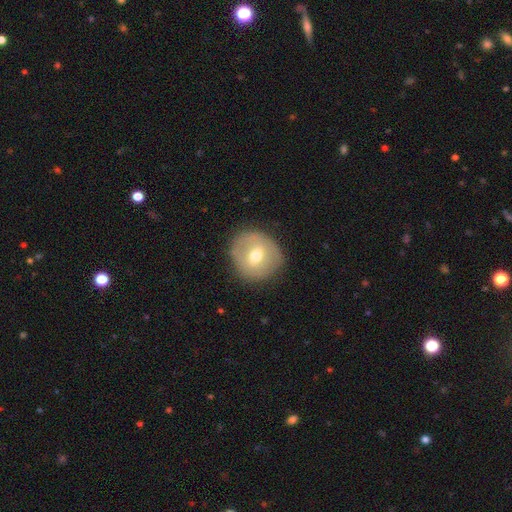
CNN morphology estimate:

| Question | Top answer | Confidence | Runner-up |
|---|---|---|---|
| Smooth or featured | smooth | 52% | featured or disk (40%) |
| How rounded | round | 87% | in between (12%) |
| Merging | none | 81% | minor disturbance (13%) |